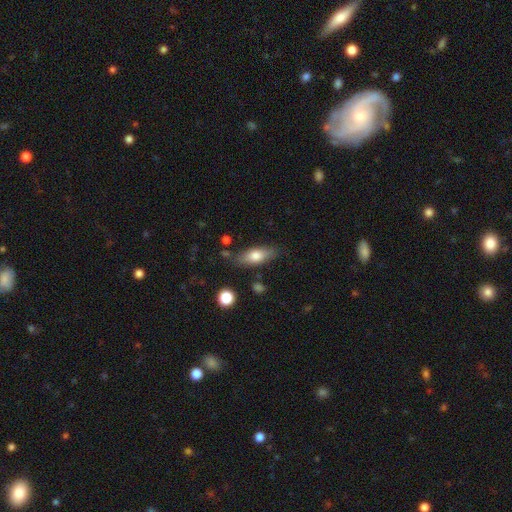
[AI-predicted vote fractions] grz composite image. It shows a smooth galaxy with no disk features (69%) that is in between round and cigar-shaped (69%). Merging: none (77%).